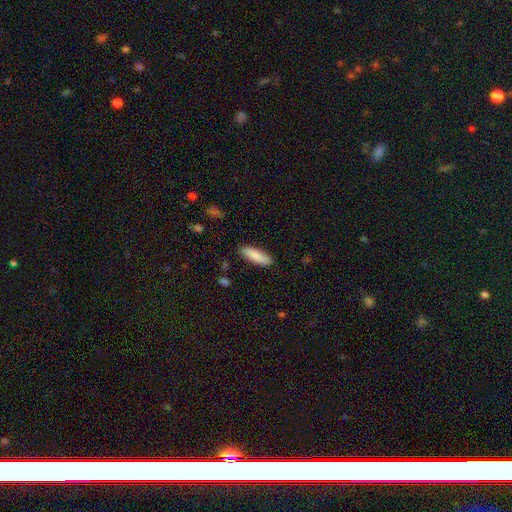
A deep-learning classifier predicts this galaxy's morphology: smooth 84%, featured or disk 10%, star or artifact 6%. Down the decision tree: how rounded — in between (51%); merging — none (88%).